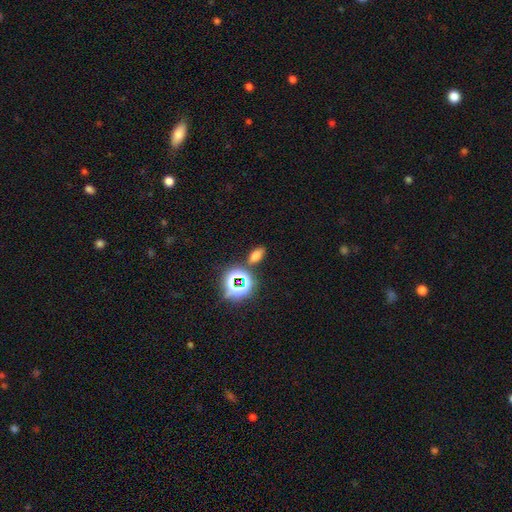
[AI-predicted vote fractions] smooth-or-featured: smooth: 60% | star or artifact: 31% | featured or disk: 9%
  how-rounded: in between: 82% | round: 11% | cigar-shaped: 6%
  merging: none: 79% | minor disturbance: 10% | merger: 7% | major disturbance: 4%